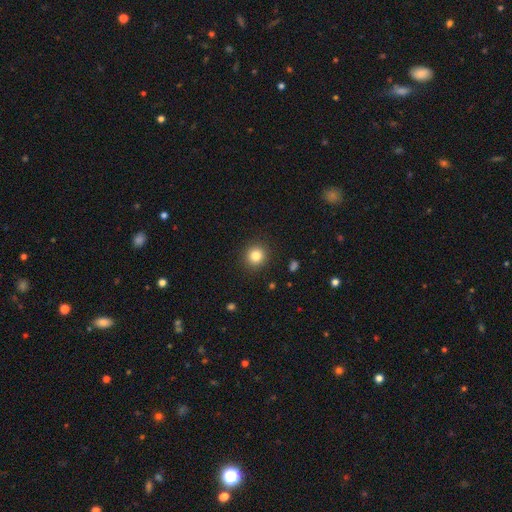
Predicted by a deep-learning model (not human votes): Smooth or featured? Predicted: smooth (p=0.83). How rounded? Predicted: round (p=0.92). Merging? Predicted: none (p=0.91).